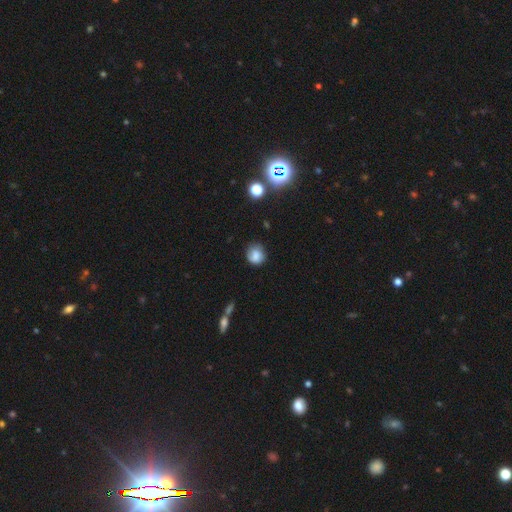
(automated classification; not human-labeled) Morphology: type=smooth (74%); roundness=round (77%); merging=none (66%).